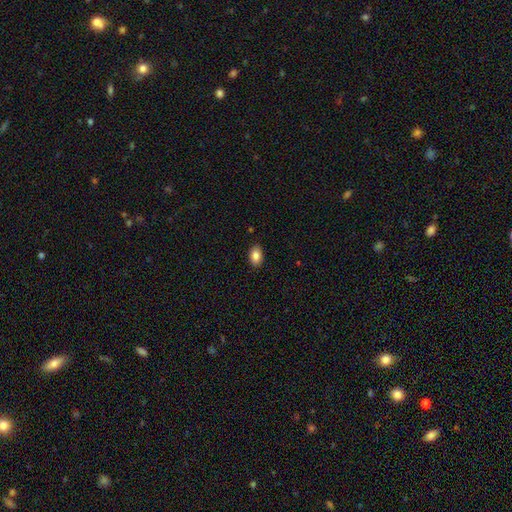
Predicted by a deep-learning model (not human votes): The model was most divided on "how rounded": in between: 87%, round: 12%, cigar-shaped: 1%. More confident: merging — none (88%); smooth or featured — smooth (85%).